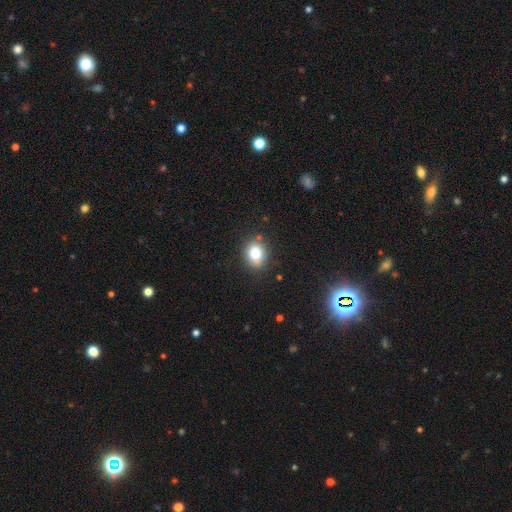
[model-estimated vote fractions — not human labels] smooth_or_featured: smooth (p=0.81) [alt: star or artifact p=0.10]
how_rounded: round (p=0.50) [alt: in between p=0.48]
merging: none (p=0.82) [alt: minor disturbance p=0.12]